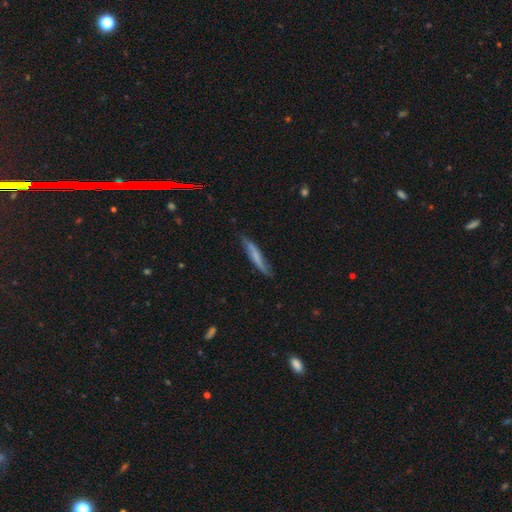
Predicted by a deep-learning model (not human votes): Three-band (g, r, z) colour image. It shows a smooth galaxy with no disk features (55%) that is cigar-shaped (92%). Merging: none (73%).